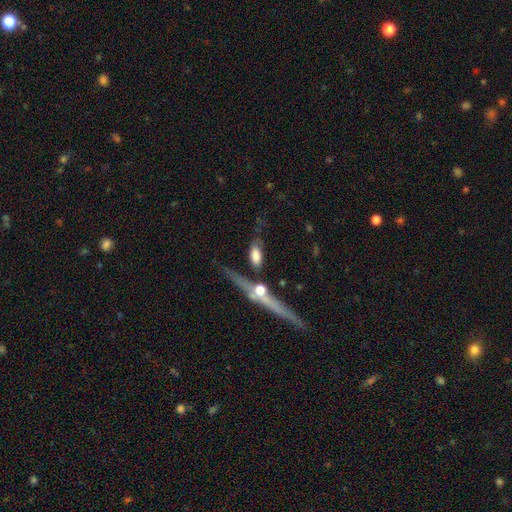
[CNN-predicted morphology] Overall: smooth (62%; featured or disk 30%). How rounded: in between (74%). Merging: none (58%; minor disturbance 21%).